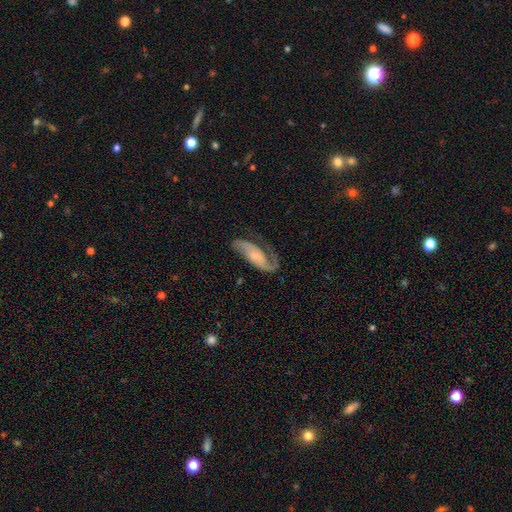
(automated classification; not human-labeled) Smooth or featured? Predicted: featured or disk (p=0.82). Edge-on disk? Predicted: no (p=0.94). Bar? Predicted: no (p=0.54). Spiral arms? Predicted: yes (p=0.95). Spiral winding? Predicted: medium (p=0.46). Spiral arm count? Predicted: 2 (p=0.68). Bulge size? Predicted: small (p=0.38). Merging? Predicted: none (p=0.55).